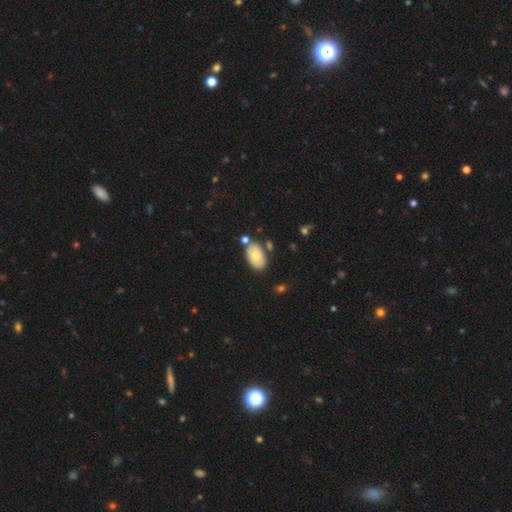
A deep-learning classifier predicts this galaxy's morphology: The model was most divided on "smooth or featured": smooth: 72%, featured or disk: 21%, star or artifact: 7%. More confident: how rounded — in between (93%); merging — none (71%).